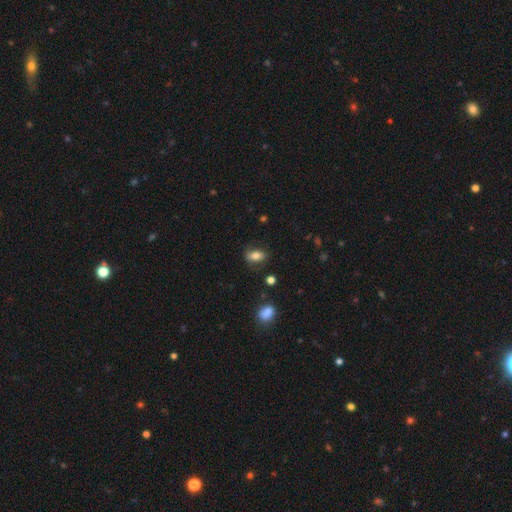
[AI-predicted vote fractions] This appears to be a smooth galaxy with no disk features (72%) that is in between round and cigar-shaped (82%). Merging: none (75%).